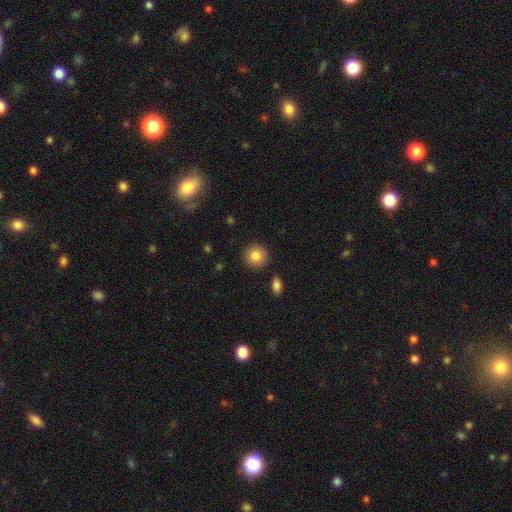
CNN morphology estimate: smooth 85%, star or artifact 9%, featured or disk 6%. Down the decision tree: how rounded — round (92%); merging — none (90%).